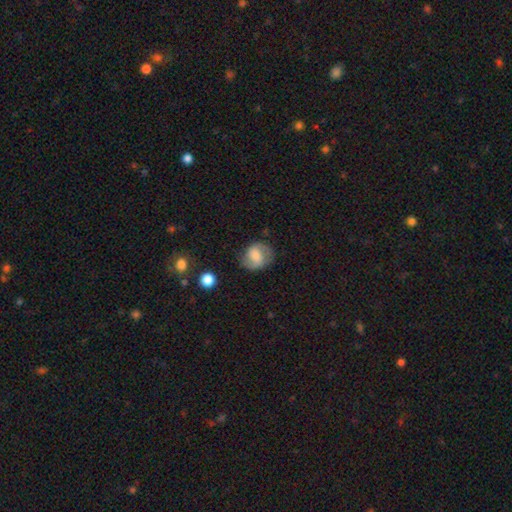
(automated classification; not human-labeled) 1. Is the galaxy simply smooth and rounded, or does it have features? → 50% smooth, 42% featured or disk, 8% star or artifact.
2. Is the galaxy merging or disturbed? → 70% none, 20% minor disturbance, 8% major disturbance, 2% merger.